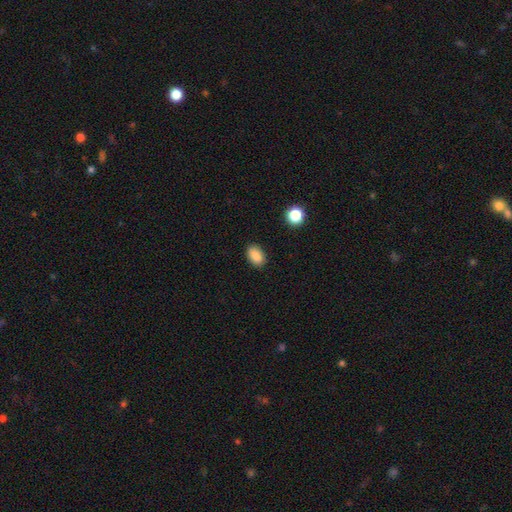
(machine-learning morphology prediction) Smooth or featured? Predicted: smooth (p=0.87). How rounded? Predicted: in between (p=0.87). Merging? Predicted: none (p=0.87).